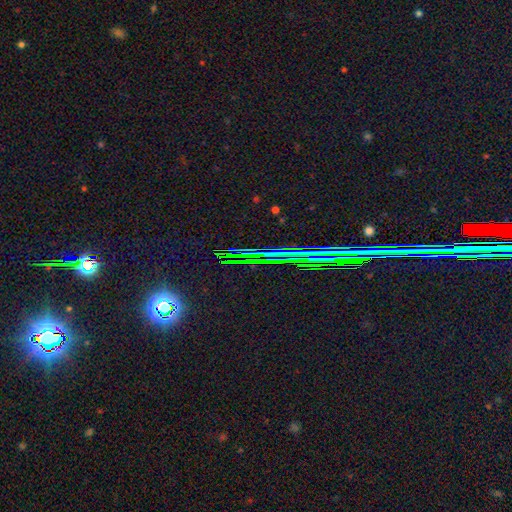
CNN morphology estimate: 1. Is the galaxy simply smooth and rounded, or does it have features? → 81% star or artifact, 10% smooth, 9% featured or disk.